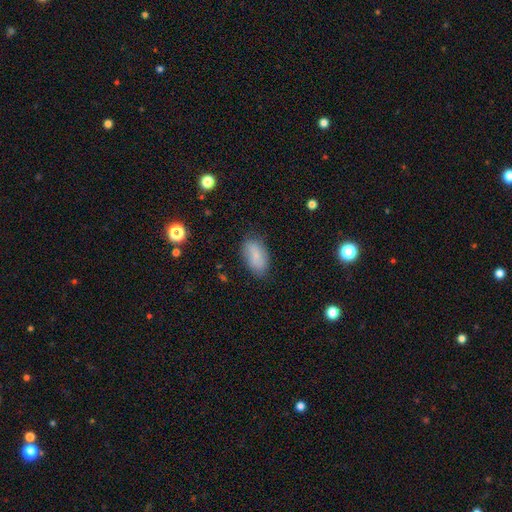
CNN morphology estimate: Smooth or featured?
  - smooth: 80% *
  - featured or disk: 12%
  - star or artifact: 8%
How rounded?
  - in between: 93% *
  - round: 4%
  - cigar-shaped: 4%
Merging?
  - none: 80% *
  - minor disturbance: 15%
  - major disturbance: 4%
  - merger: 1%